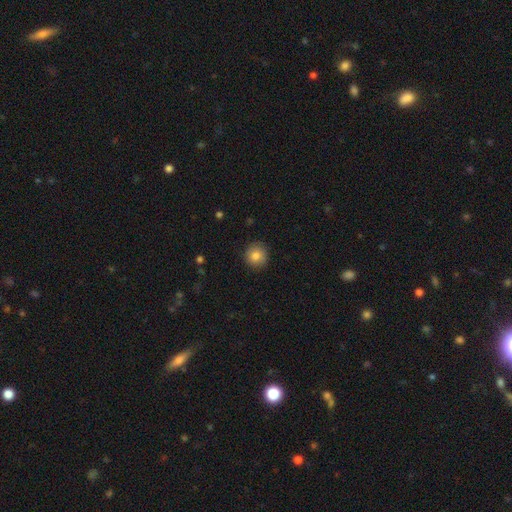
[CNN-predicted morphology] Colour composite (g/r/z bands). It shows a smooth galaxy with no disk features (83%) that is round (92%). Merging: none (89%).